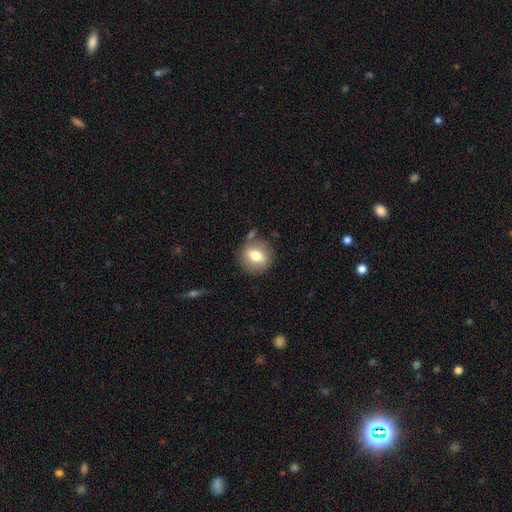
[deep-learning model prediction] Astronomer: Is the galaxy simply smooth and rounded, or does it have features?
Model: smooth — 74%.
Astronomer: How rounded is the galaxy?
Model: round — 74%.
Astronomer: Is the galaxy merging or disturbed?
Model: none — 77%.